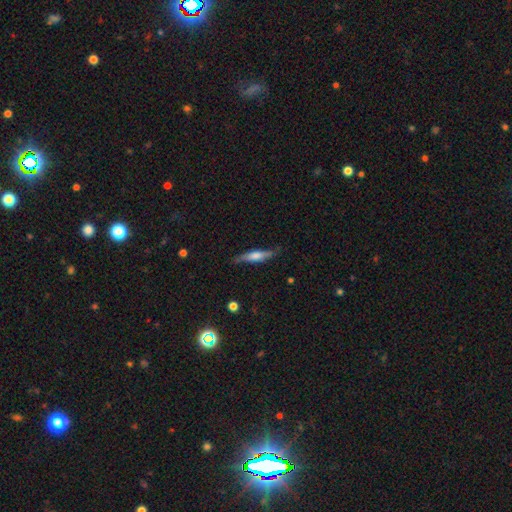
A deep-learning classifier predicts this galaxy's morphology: Smooth or featured? featured or disk (50%)
Edge-on disk? yes (89%)
Merging? none (78%)